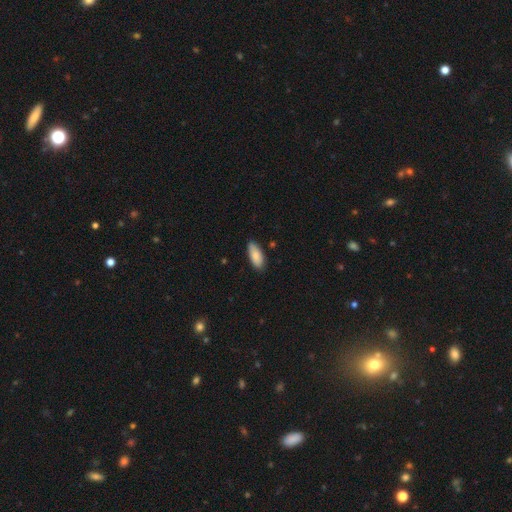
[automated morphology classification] This appears to be a smooth galaxy with no disk features (86%) that is in between round and cigar-shaped (86%). Merging: none (83%).